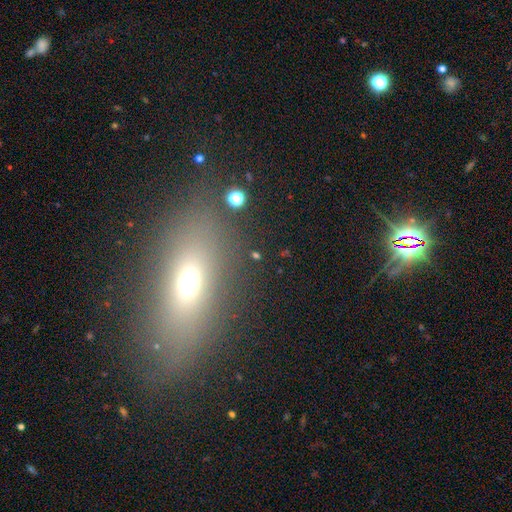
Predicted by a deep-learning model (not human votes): Smooth or featured? Predicted: smooth (p=0.50). How rounded? Predicted: in between (p=0.59). Merging? Predicted: none (p=0.78).